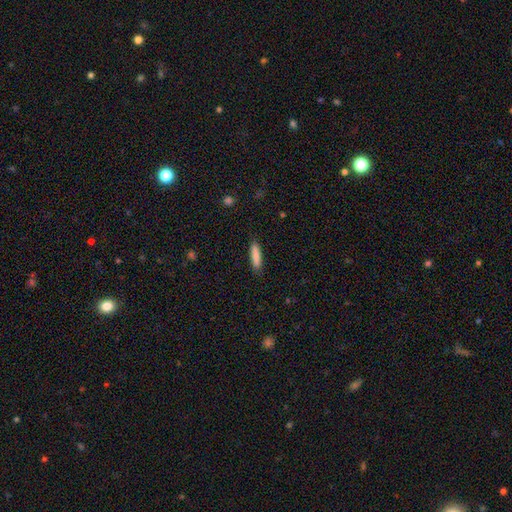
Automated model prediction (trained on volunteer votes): Smooth or featured? smooth (86%)
How rounded? cigar-shaped (80%)
Merging? none (88%)